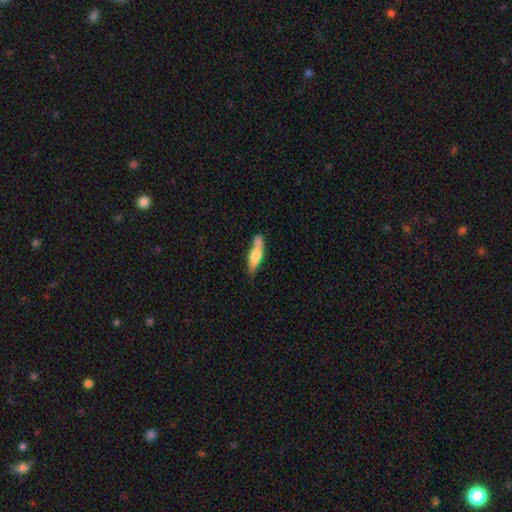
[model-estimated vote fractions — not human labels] This is likely a smooth galaxy (69%). How rounded: likely cigar-shaped (66%). Merging: possibly none (54%).